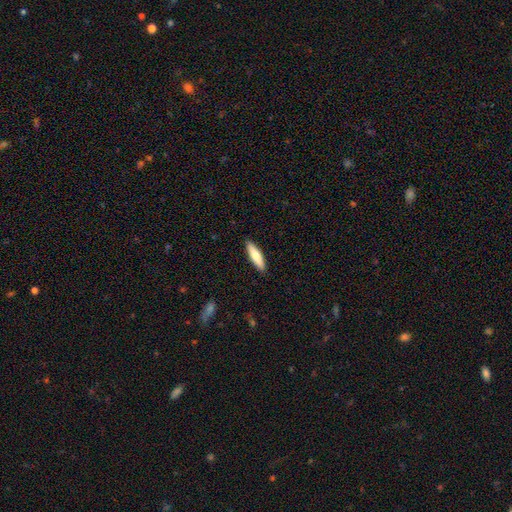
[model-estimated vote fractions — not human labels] Smooth or featured: smooth — 74% (featured or disk — 20%)
How rounded: cigar-shaped — 70% (in between — 28%)
Merging: none — 90% (minor disturbance — 7%)